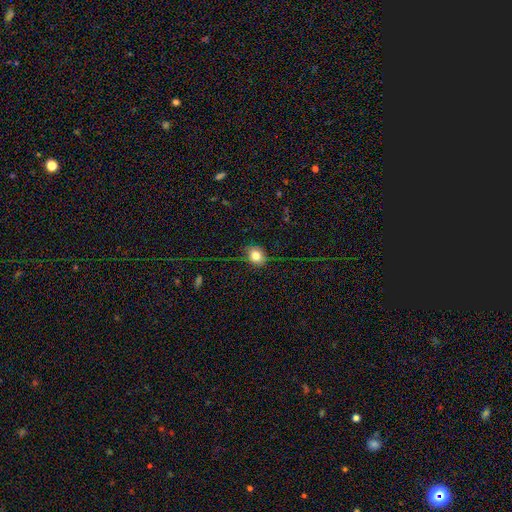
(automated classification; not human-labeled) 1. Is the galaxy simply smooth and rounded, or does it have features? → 81% smooth, 10% star or artifact, 8% featured or disk.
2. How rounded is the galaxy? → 62% round, 37% in between, 1% cigar-shaped.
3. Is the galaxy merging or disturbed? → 84% none, 12% minor disturbance, 3% major disturbance, 1% merger.